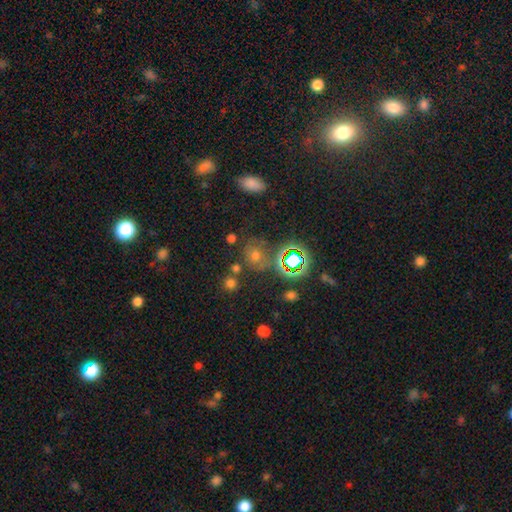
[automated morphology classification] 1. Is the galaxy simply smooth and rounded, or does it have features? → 47% smooth, 41% star or artifact, 13% featured or disk.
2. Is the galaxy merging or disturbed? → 67% none, 15% minor disturbance, 10% merger, 8% major disturbance.